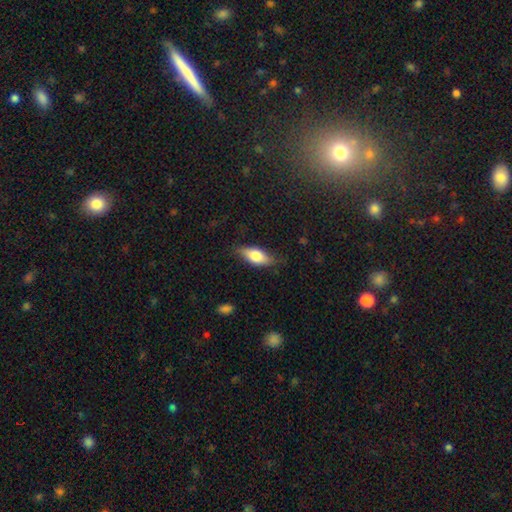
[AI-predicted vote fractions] Morphology: type=smooth (68%); roundness=in between (81%); merging=none (72%).